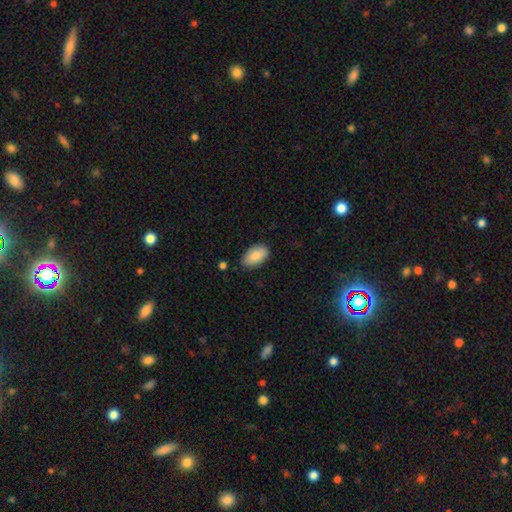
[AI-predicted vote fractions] This is clearly a smooth galaxy (85%). How rounded: clearly in between (94%). Merging: clearly none (80%).